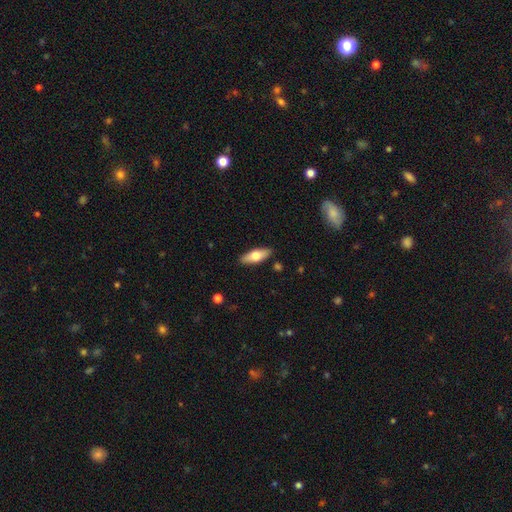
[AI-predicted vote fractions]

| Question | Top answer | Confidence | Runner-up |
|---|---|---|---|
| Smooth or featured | smooth | 62% | featured or disk (32%) |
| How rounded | in between | 64% | cigar-shaped (34%) |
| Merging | none | 88% | minor disturbance (9%) |